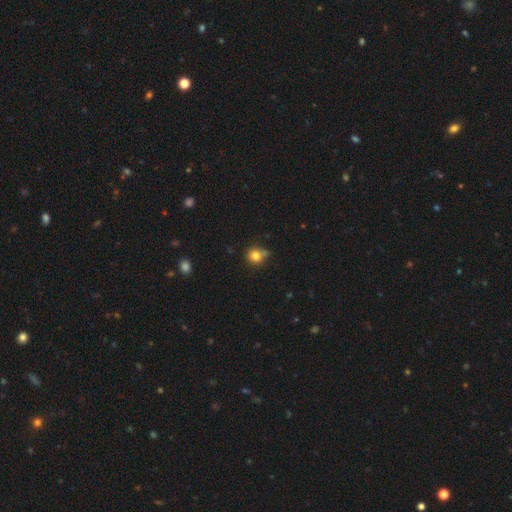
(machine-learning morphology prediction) The model was most divided on "merging": none: 61%, minor disturbance: 24%, merger: 9%, major disturbance: 6%. More confident: how rounded — round (83%); smooth or featured — smooth (80%).